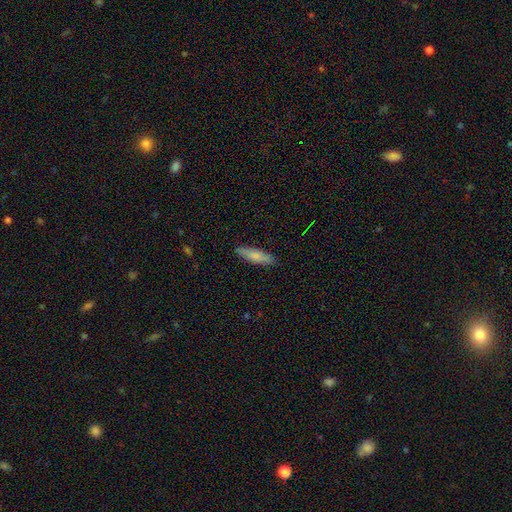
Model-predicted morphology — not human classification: smooth 77%, featured or disk 18%, star or artifact 6%. Down the decision tree: how rounded — cigar-shaped (68%); merging — none (88%).